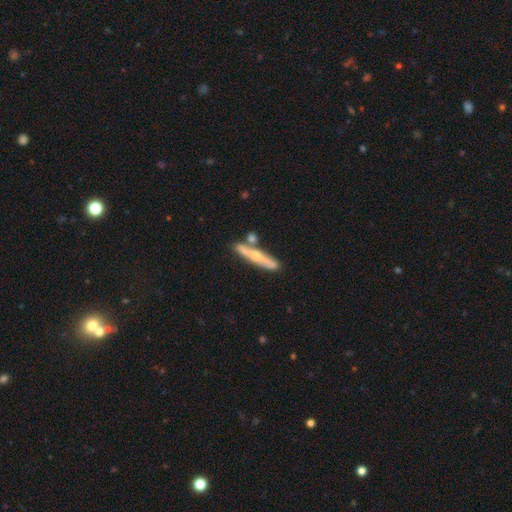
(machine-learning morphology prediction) A featured or disk galaxy (57%) viewed edge-on (89%) with a rounded central bulge (84%).

Vote fractions:
- Smooth or featured? featured or disk: 57% / smooth: 37% / star or artifact: 6%
- Edge-on disk? yes: 89% / no: 11%
- Edge-on bulge? rounded: 84% / none: 12% / boxy: 4%
- Merging? none: 68% / merger: 16% / minor disturbance: 13% / major disturbance: 3%